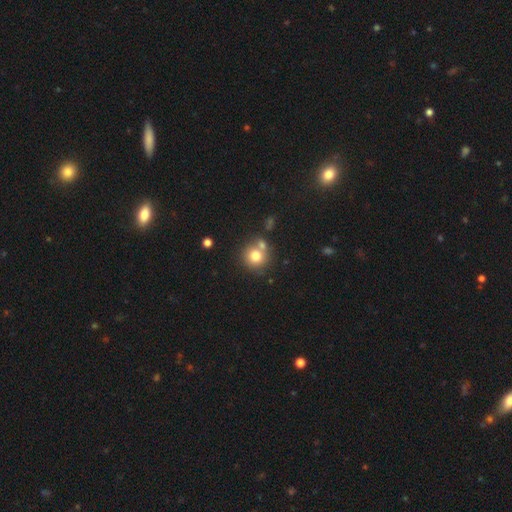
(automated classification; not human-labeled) smooth_or_featured: smooth (p=0.77) [alt: featured or disk p=0.12]
how_rounded: round (p=0.89) [alt: in between p=0.10]
merging: none (p=0.58) [alt: merger p=0.28]